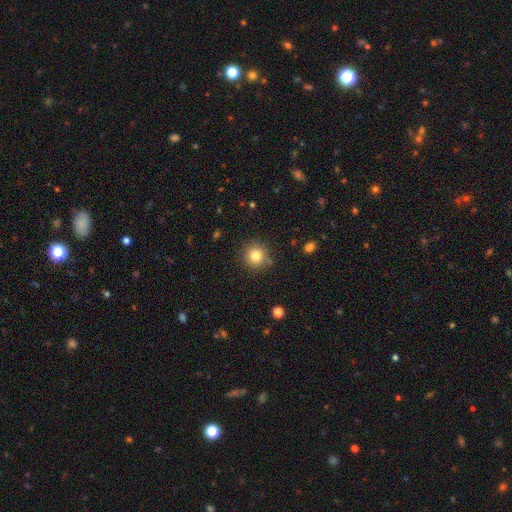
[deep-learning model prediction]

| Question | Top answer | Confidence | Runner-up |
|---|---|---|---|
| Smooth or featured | smooth | 80% | star or artifact (12%) |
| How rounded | round | 93% | in between (6%) |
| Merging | none | 86% | minor disturbance (8%) |